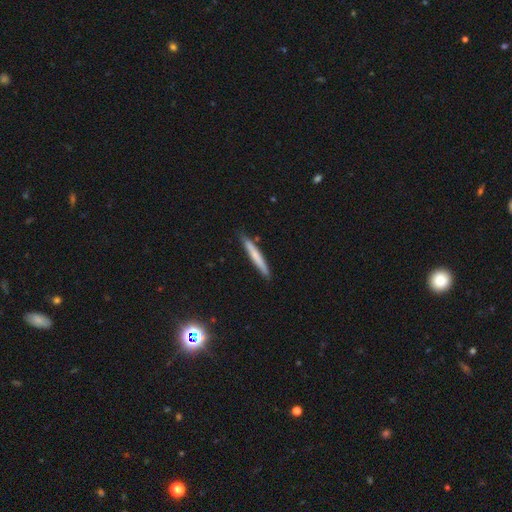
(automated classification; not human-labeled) smooth_or_featured: smooth (p=0.64) [alt: featured or disk p=0.30]
how_rounded: cigar-shaped (p=0.96) [alt: in between p=0.03]
merging: none (p=0.87) [alt: minor disturbance p=0.10]